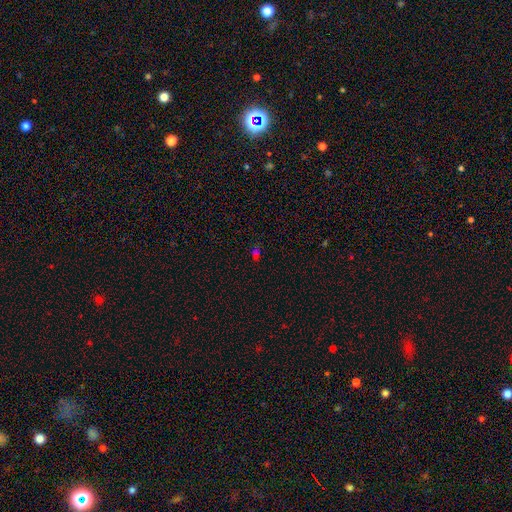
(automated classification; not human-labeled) A smooth galaxy with no disk features (49%). Merging: none (65%).